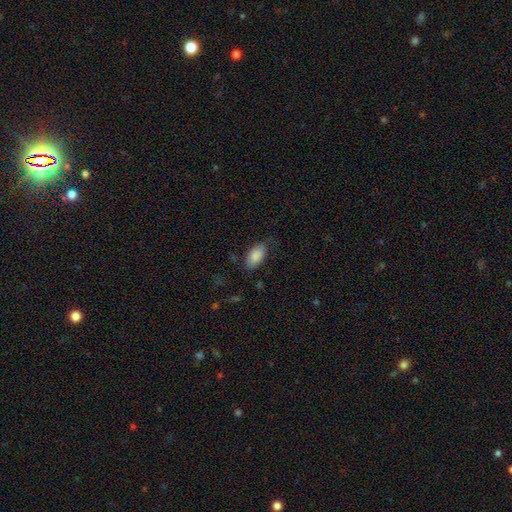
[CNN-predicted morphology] type=smooth (87%); roundness=in between (94%); merging=none (72%).